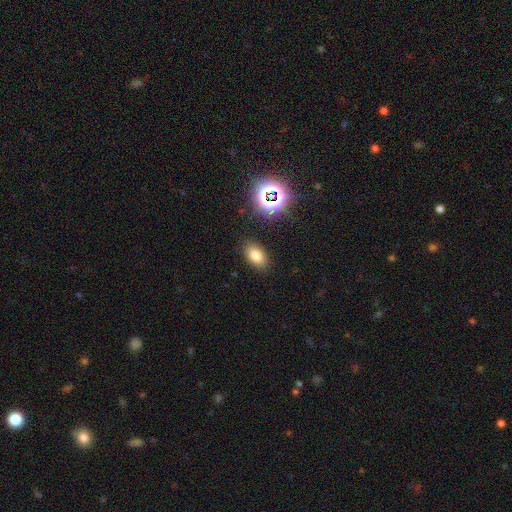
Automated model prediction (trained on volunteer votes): This is likely a smooth galaxy (73%). How rounded: clearly in between (88%). Merging: clearly none (86%).